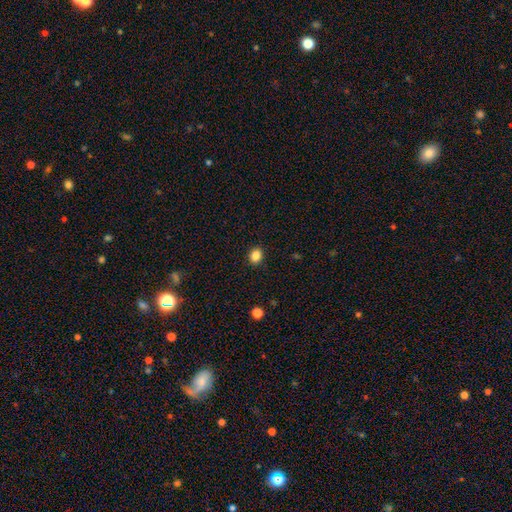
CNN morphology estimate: Smooth or featured? Predicted: smooth (p=0.85). How rounded? Predicted: round (p=0.59). Merging? Predicted: none (p=0.90).